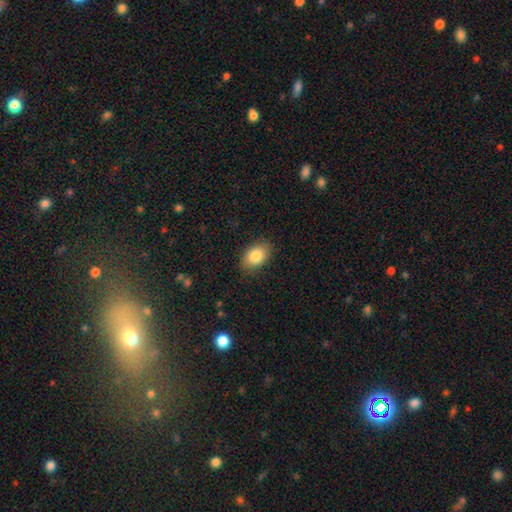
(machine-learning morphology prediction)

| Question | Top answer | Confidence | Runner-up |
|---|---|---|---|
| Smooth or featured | smooth | 84% | featured or disk (9%) |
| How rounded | in between | 86% | round (13%) |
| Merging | none | 85% | minor disturbance (11%) |